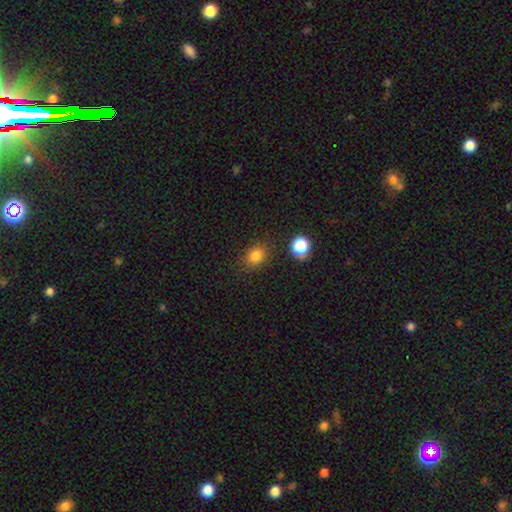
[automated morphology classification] smooth_or_featured: smooth (p=0.82) [alt: star or artifact p=0.12]
how_rounded: in between (p=0.53) [alt: round p=0.45]
merging: none (p=0.79) [alt: minor disturbance p=0.13]